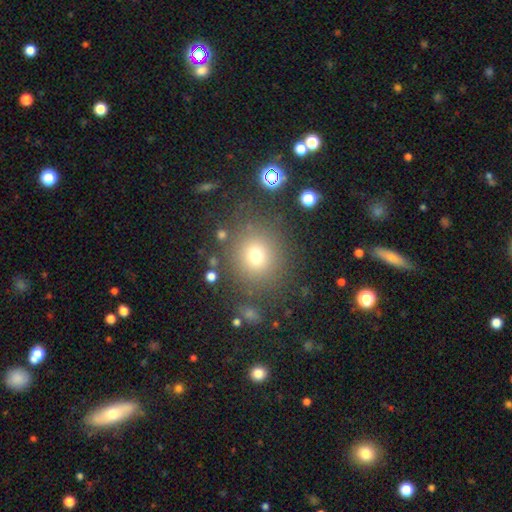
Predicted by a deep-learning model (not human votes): A smooth galaxy with no disk features (72%) that is round (87%).

Vote fractions:
- Smooth or featured? smooth: 72% / star or artifact: 18% / featured or disk: 10%
- How rounded? round: 87% / in between: 12% / cigar-shaped: 1%
- Merging? none: 82% / minor disturbance: 9% / major disturbance: 5% / merger: 4%